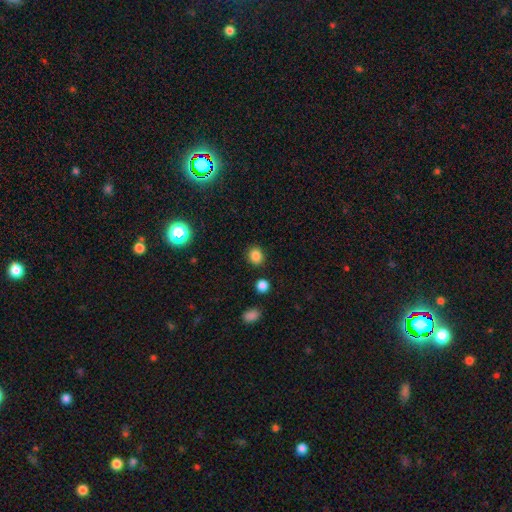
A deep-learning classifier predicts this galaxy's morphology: A smooth galaxy with no disk features (84%) that is round (74%). Merging: none (87%).